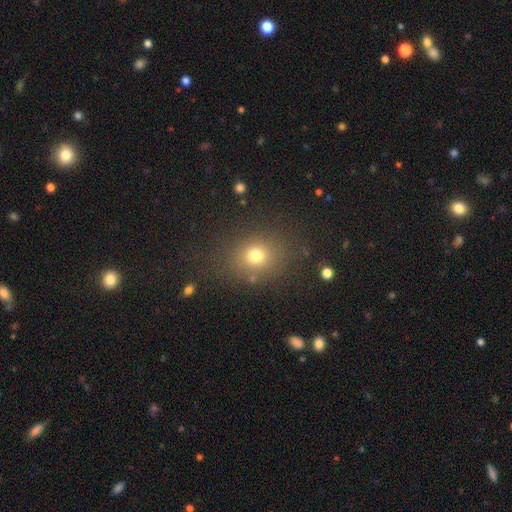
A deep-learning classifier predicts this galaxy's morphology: A smooth galaxy with no disk features (74%) that is round (65%).

Vote fractions:
- Smooth or featured? smooth: 74% / star or artifact: 17% / featured or disk: 10%
- How rounded? round: 65% / in between: 34% / cigar-shaped: 1%
- Merging? none: 80% / minor disturbance: 11% / major disturbance: 6% / merger: 3%